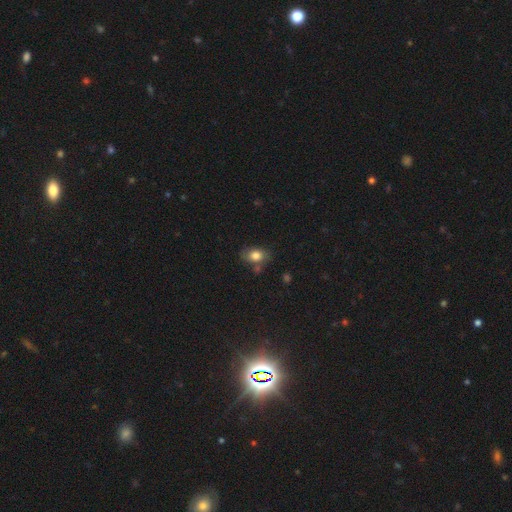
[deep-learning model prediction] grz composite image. It shows a smooth galaxy with no disk features (78%) that is in between round and cigar-shaped (75%). Merging: none (63%).